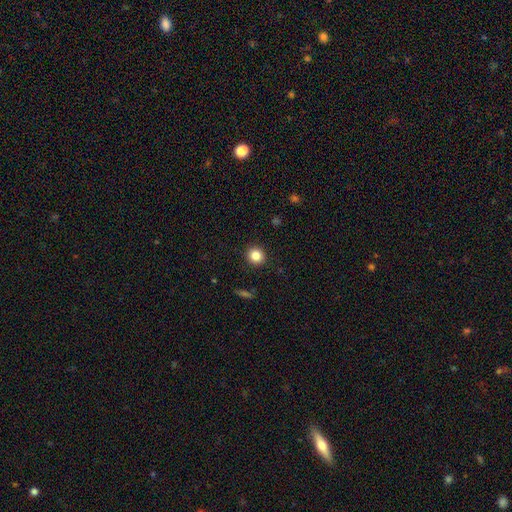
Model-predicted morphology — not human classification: The model was most divided on "smooth or featured": smooth: 84%, star or artifact: 11%, featured or disk: 5%. More confident: merging — none (92%); how rounded — round (89%).